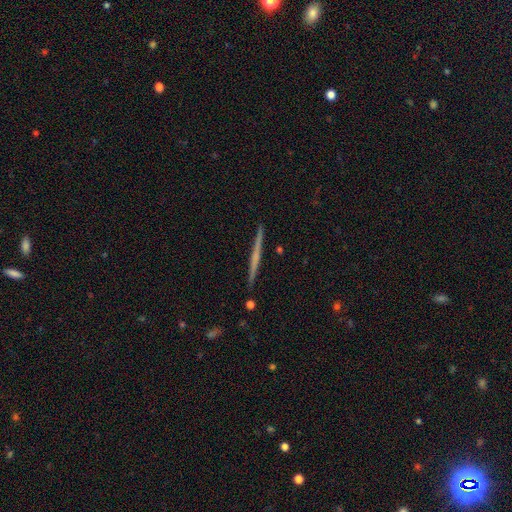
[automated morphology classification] This is likely a featured or disk galaxy (63%). It is clearly viewed edge-on (98%). Edge-on bulge: likely none (73%). Merging: clearly none (92%).